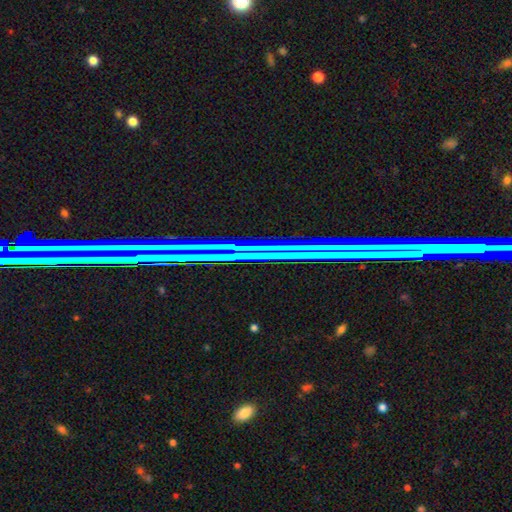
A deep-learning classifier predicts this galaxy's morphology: Smooth or featured?
  - star or artifact: 69% *
  - featured or disk: 20%
  - smooth: 11%